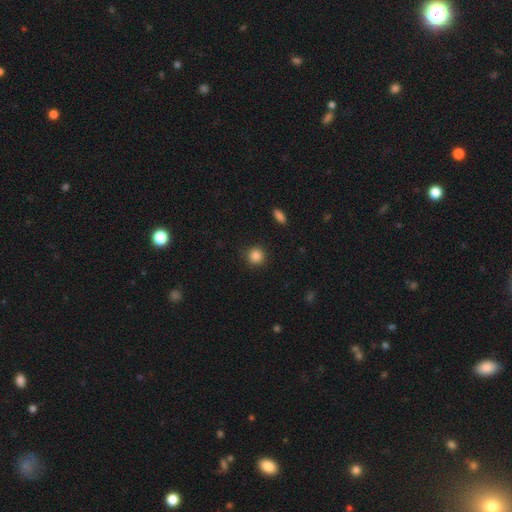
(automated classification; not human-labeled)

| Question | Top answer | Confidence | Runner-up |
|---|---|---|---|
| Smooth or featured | smooth | 86% | star or artifact (10%) |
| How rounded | round | 93% | in between (6%) |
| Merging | none | 90% | minor disturbance (6%) |